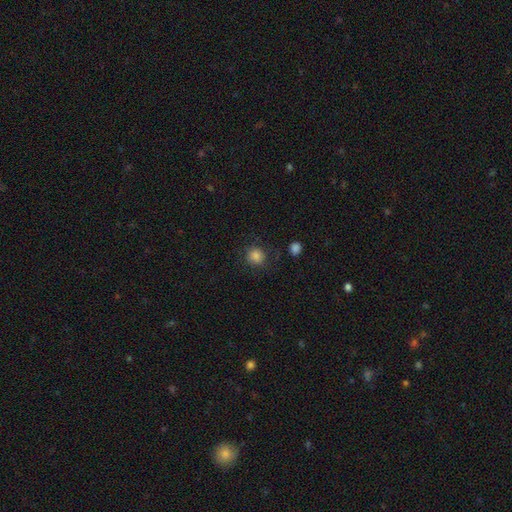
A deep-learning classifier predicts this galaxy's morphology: A smooth galaxy with no disk features (84%) that is round (89%). Merging: none (79%).